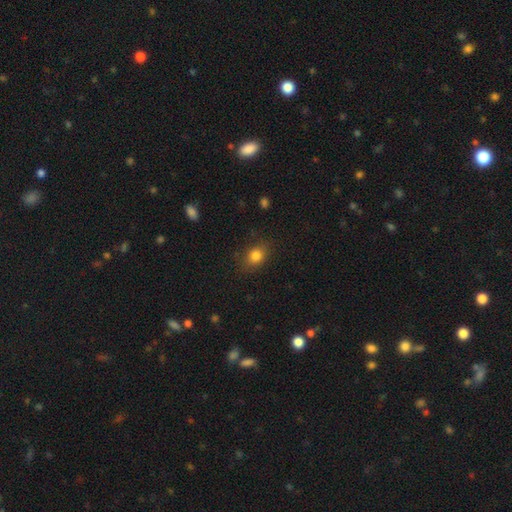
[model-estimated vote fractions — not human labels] Smooth or featured? smooth (82%)
How rounded? in between (55%)
Merging? none (79%)